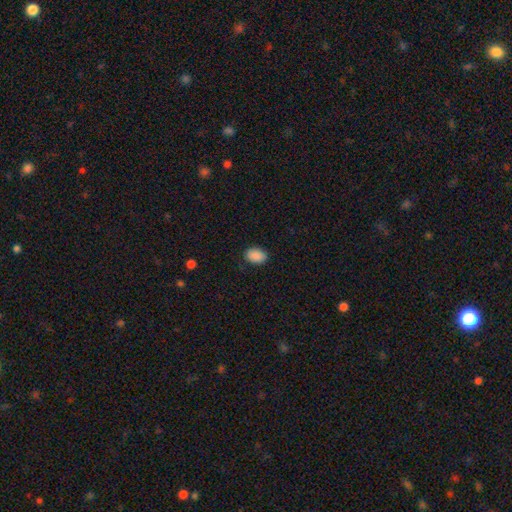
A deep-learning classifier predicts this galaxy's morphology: Smooth or featured? smooth (90%)
How rounded? in between (79%)
Merging? none (86%)